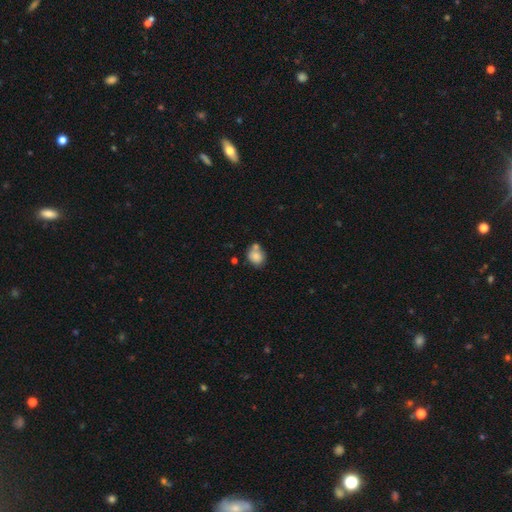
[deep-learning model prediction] The model was most divided on "merging": none: 48%, merger: 31%, minor disturbance: 16%, major disturbance: 5%. More confident: smooth or featured — smooth (82%); how rounded — round (61%).